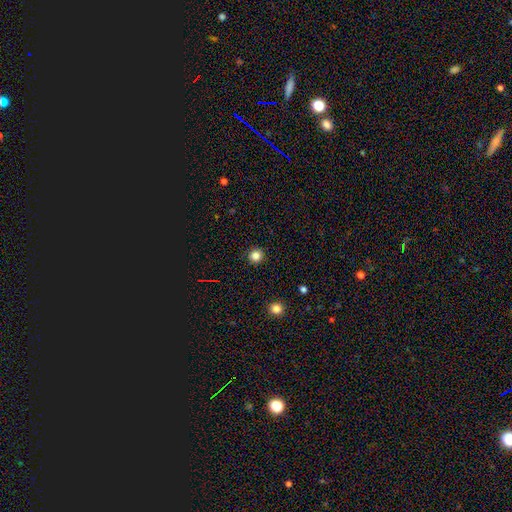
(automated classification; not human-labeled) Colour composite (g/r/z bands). It shows a smooth galaxy with no disk features (83%) that is round (92%). Merging: none (92%).